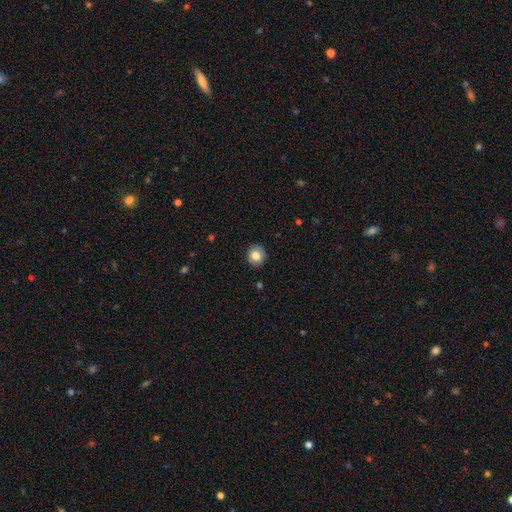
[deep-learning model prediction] smooth 81%, featured or disk 10%, star or artifact 9%. Down the decision tree: how rounded — round (86%); merging — none (91%).